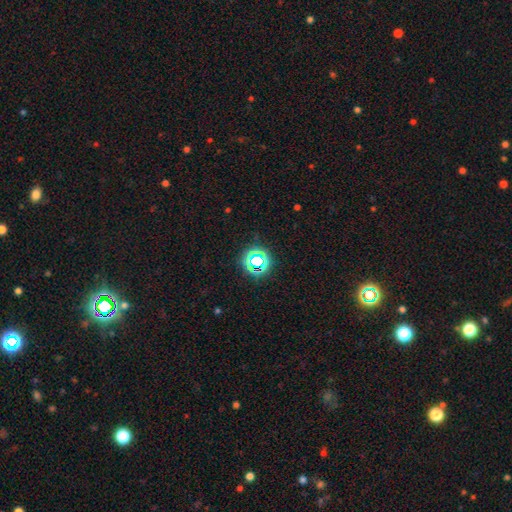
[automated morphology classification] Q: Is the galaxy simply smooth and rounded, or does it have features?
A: star or artifact — 65%.